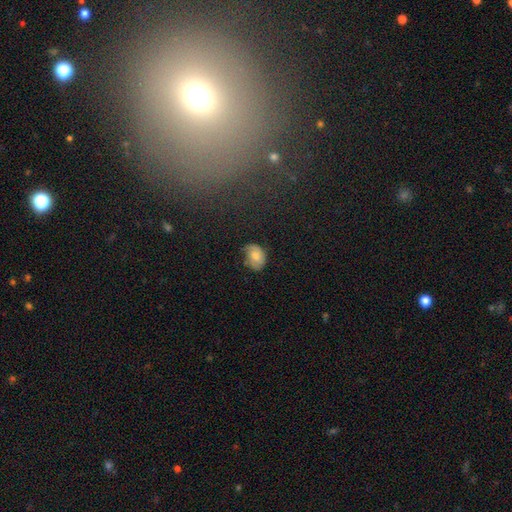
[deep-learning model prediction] Smooth or featured? Predicted: smooth (p=0.62). How rounded? Predicted: in between (p=0.64). Merging? Predicted: none (p=0.52).